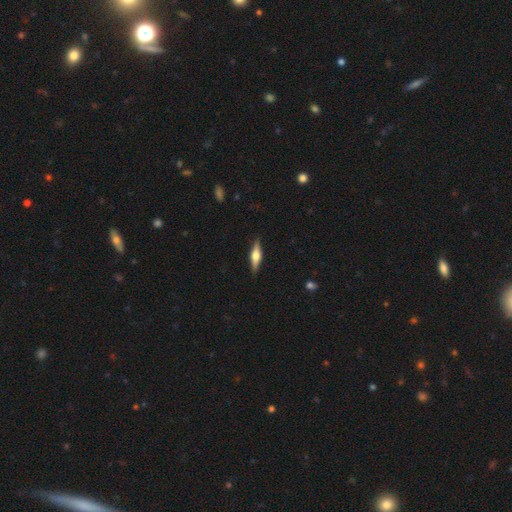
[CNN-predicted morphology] This appears to be a featured or disk galaxy (56%) viewed edge-on (95%) with a rounded central bulge (89%). Merging: none (89%).